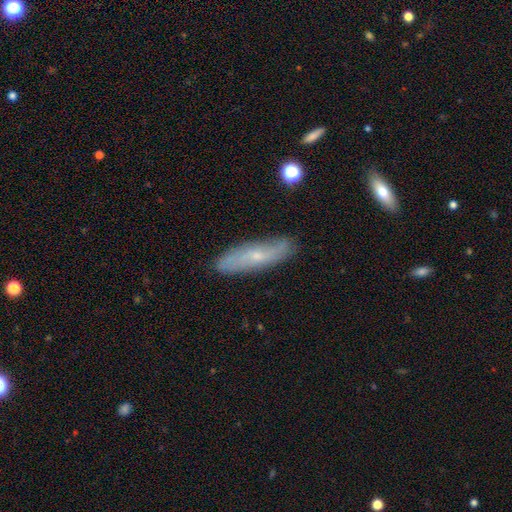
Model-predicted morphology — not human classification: Overall: featured or disk (50%; smooth 43%). Merging: none (83%).